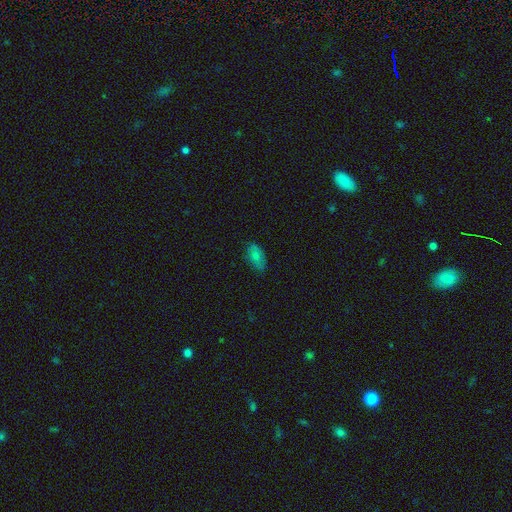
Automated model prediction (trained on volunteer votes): The model was most divided on "merging": none: 78%, minor disturbance: 18%, major disturbance: 4%, merger: 1%. More confident: how rounded — in between (92%); smooth or featured — smooth (79%).